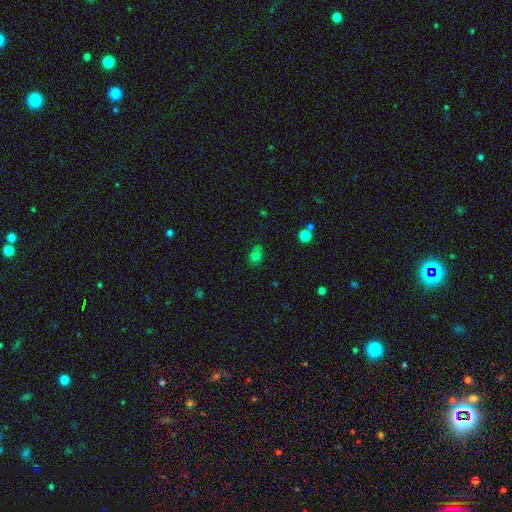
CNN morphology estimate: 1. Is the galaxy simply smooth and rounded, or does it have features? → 74% smooth, 20% star or artifact, 6% featured or disk.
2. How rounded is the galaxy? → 55% round, 43% in between, 1% cigar-shaped.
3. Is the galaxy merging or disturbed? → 62% none, 25% minor disturbance, 8% major disturbance, 6% merger.